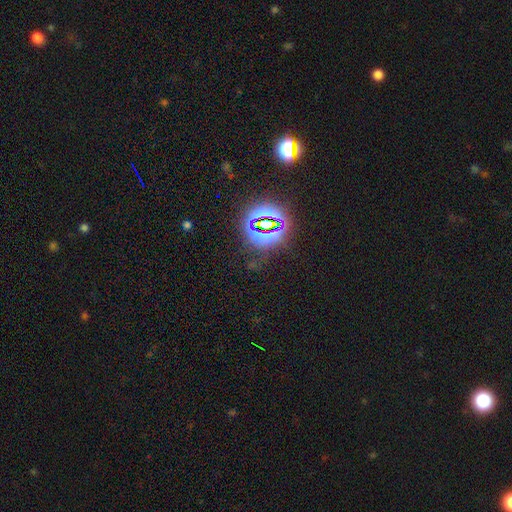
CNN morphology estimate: This appears to be a star or artifact, not a galaxy (82%).